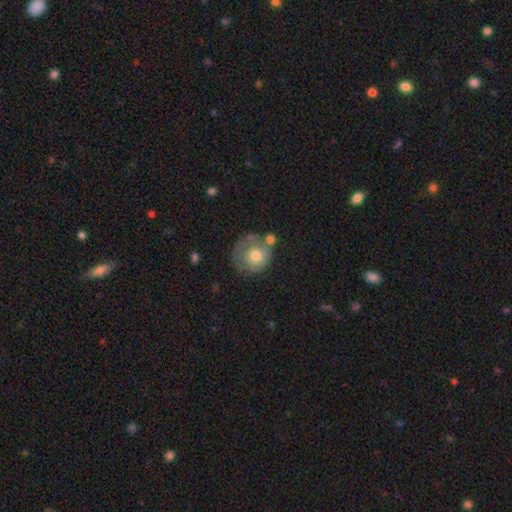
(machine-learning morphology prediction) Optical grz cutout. It shows a smooth galaxy with no disk features (58%) that is round (86%). Merging: none (47%).